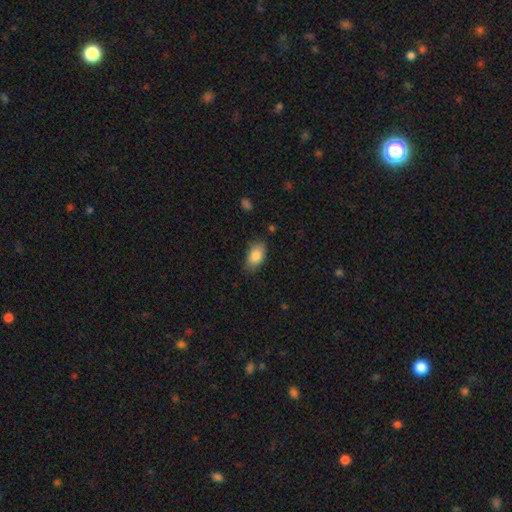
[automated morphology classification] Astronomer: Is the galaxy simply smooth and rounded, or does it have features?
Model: smooth — 84%.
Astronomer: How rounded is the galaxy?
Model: in between — 91%.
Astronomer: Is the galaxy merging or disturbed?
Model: none — 76%.